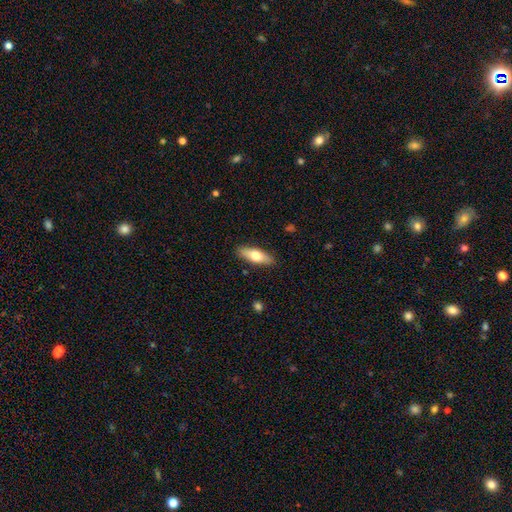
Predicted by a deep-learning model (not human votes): A smooth galaxy with no disk features (63%) that is in between round and cigar-shaped (56%). Merging: none (88%).